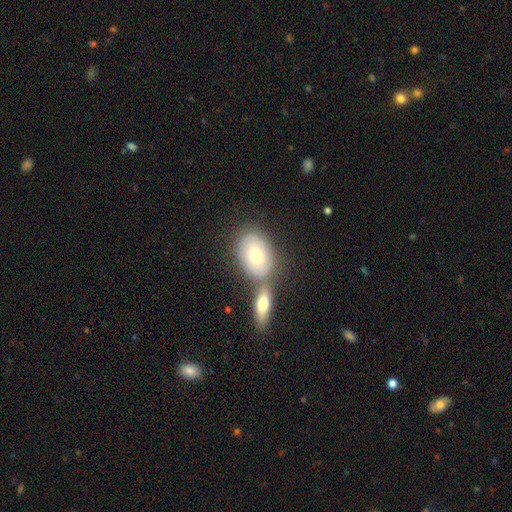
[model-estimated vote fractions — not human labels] Morphology: type=smooth (61%); roundness=in between (84%); merging=none (50%).